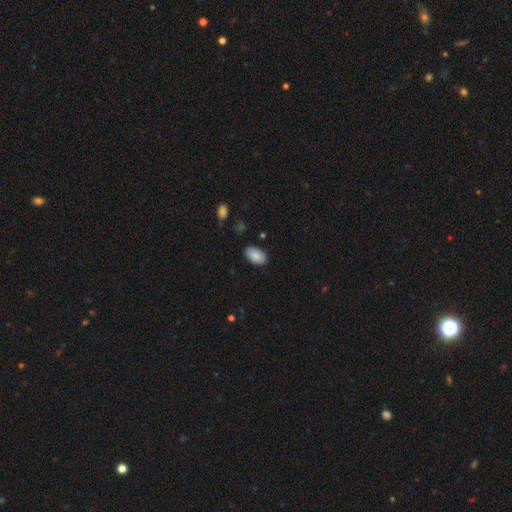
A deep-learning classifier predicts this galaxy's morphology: smooth_or_featured: smooth (p=0.87) [alt: star or artifact p=0.07]
how_rounded: in between (p=0.94) [alt: round p=0.05]
merging: none (p=0.83) [alt: minor disturbance p=0.13]